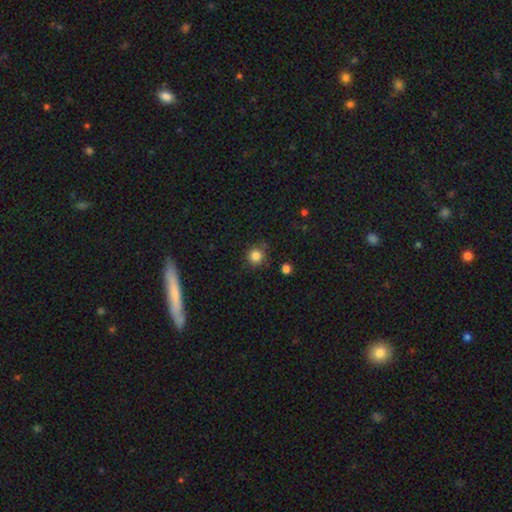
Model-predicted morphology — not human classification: Smooth or featured: smooth — 83% (star or artifact — 12%)
How rounded: round — 92% (in between — 7%)
Merging: none — 83% (minor disturbance — 11%)